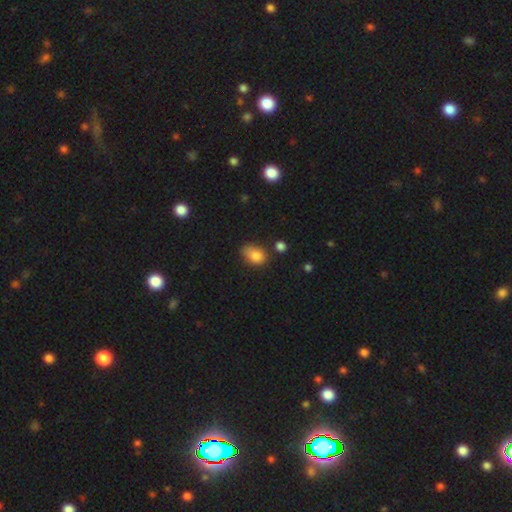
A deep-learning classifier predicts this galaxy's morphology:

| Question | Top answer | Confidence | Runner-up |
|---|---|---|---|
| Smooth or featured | smooth | 83% | star or artifact (10%) |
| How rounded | in between | 74% | round (25%) |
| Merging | none | 53% | minor disturbance (32%) |